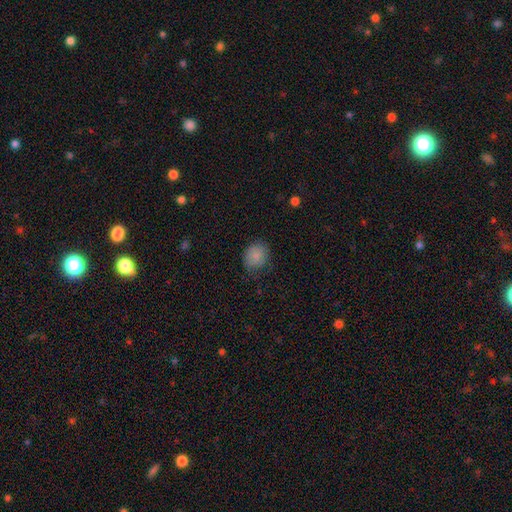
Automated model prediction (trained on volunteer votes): Smooth or featured?
  - smooth: 85% *
  - star or artifact: 9%
  - featured or disk: 6%
How rounded?
  - round: 69% *
  - in between: 30%
  - cigar-shaped: 1%
Merging?
  - none: 73% *
  - minor disturbance: 21%
  - major disturbance: 5%
  - merger: 1%